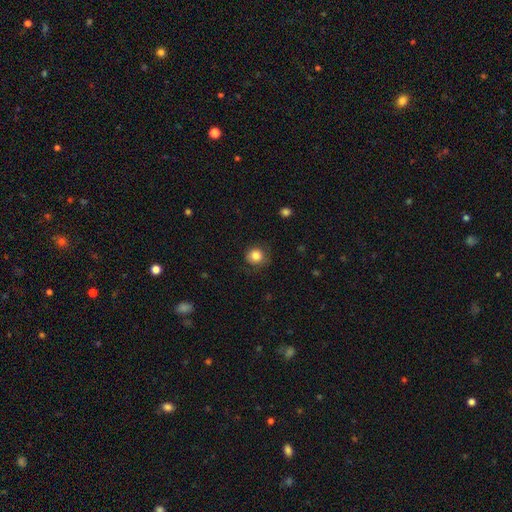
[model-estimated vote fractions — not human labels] The model was most divided on "merging": none: 79%, minor disturbance: 15%, major disturbance: 5%, merger: 1%. More confident: how rounded — round (90%); smooth or featured — smooth (84%).